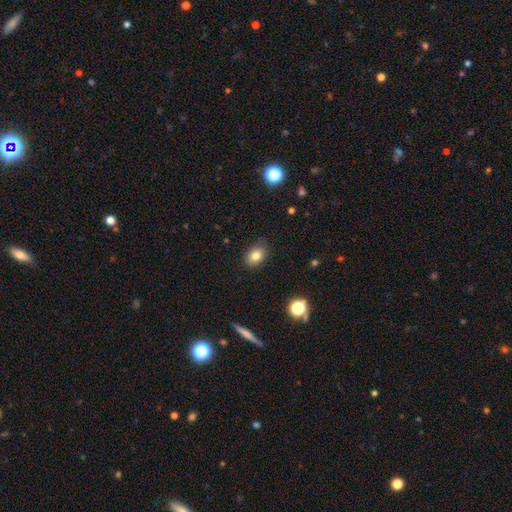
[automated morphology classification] smooth 81%, star or artifact 11%, featured or disk 8%. Down the decision tree: how rounded — in between (70%); merging — none (84%).